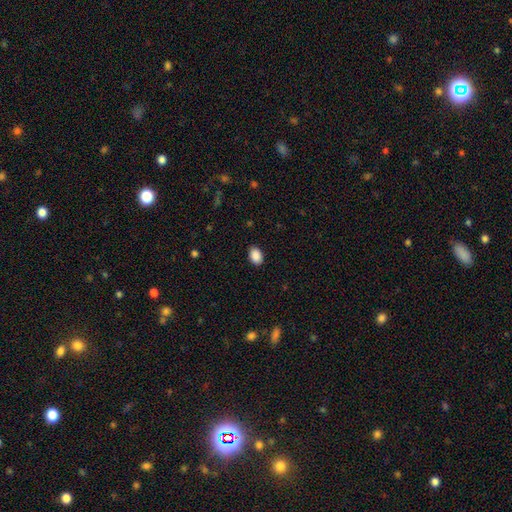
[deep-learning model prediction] Smooth or featured: smooth — 90% (star or artifact — 8%)
How rounded: in between — 81% (round — 18%)
Merging: none — 89% (minor disturbance — 8%)